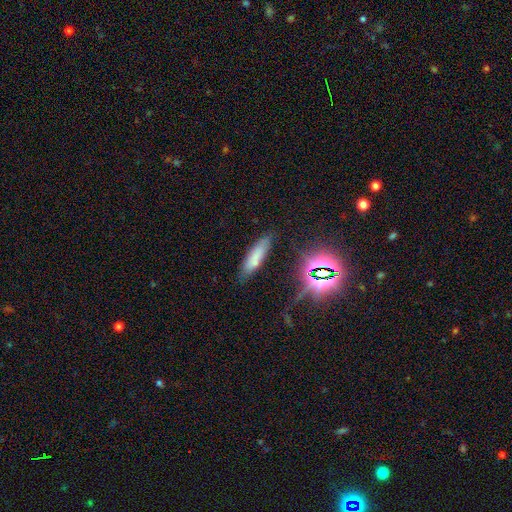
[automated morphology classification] Smooth or featured?
  - smooth: 67% *
  - star or artifact: 18%
  - featured or disk: 15%
How rounded?
  - cigar-shaped: 62% *
  - in between: 35%
  - round: 2%
Merging?
  - none: 76% *
  - minor disturbance: 16%
  - major disturbance: 5%
  - merger: 4%